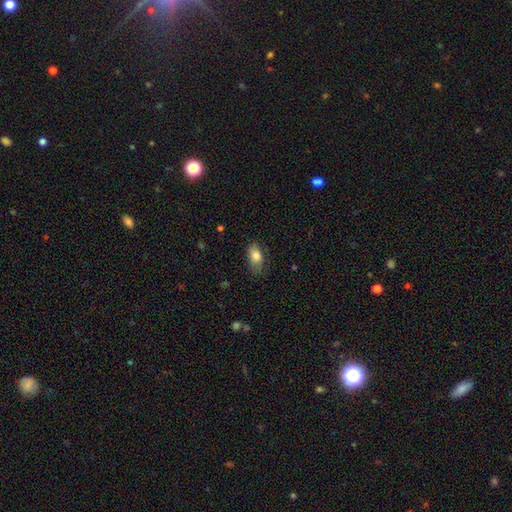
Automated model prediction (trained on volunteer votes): Morphology: type=smooth (83%); roundness=in between (89%); merging=none (70%).